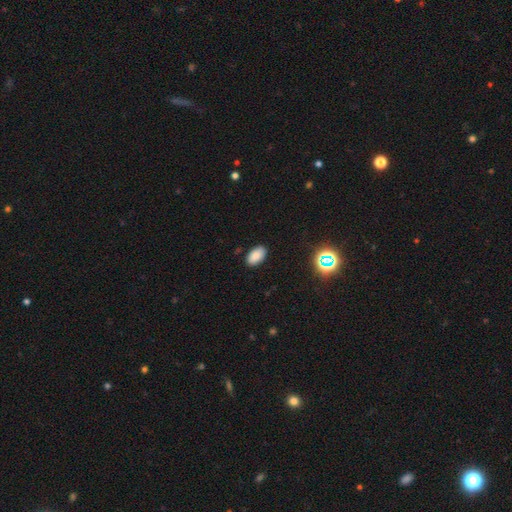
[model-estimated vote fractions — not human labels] Smooth or featured: smooth — 86% (star or artifact — 10%)
How rounded: in between — 94% (round — 4%)
Merging: none — 88% (minor disturbance — 9%)